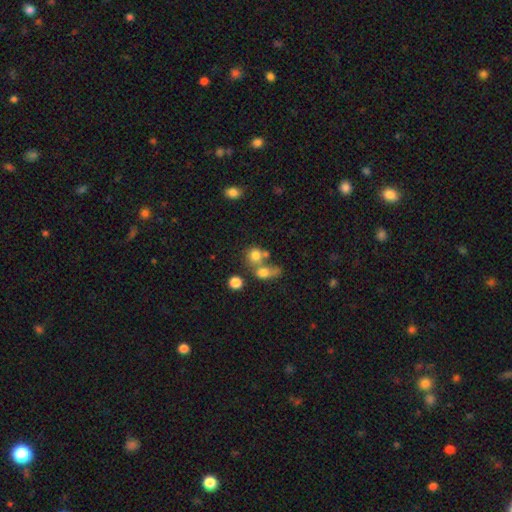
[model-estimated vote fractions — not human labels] A smooth galaxy with no disk features (74%) that is round (77%).

Vote fractions:
- Smooth or featured? smooth: 74% / featured or disk: 14% / star or artifact: 12%
- How rounded? round: 77% / in between: 22% / cigar-shaped: 2%
- Merging? merger: 50% / none: 34% / minor disturbance: 9% / major disturbance: 8%